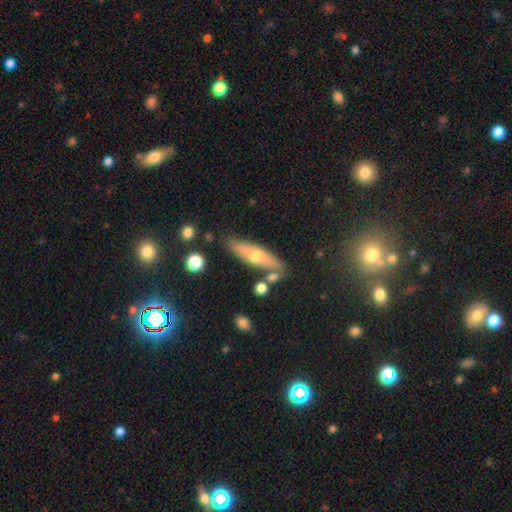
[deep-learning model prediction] featured or disk 47%, smooth 44%, star or artifact 9%. Down the decision tree: merging — none (77%).